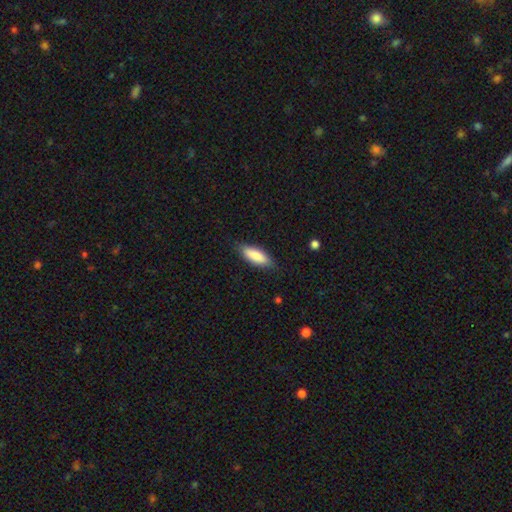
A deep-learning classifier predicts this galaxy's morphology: A smooth galaxy with no disk features (84%) that is in between round and cigar-shaped (61%). Merging: none (83%).